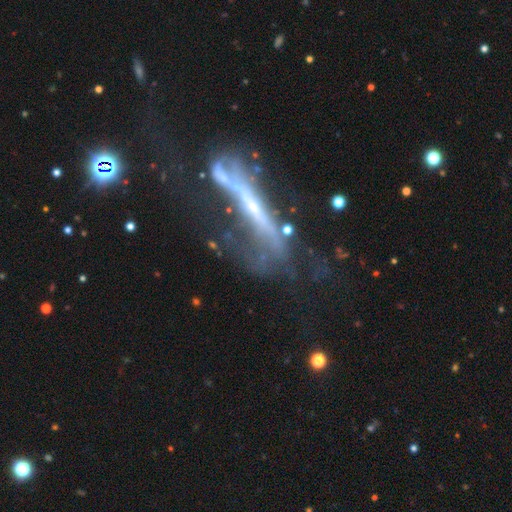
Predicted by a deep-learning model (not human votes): Morphology: type=featured or disk (71%); edge-on=yes (62%); merging=major disturbance (34%).